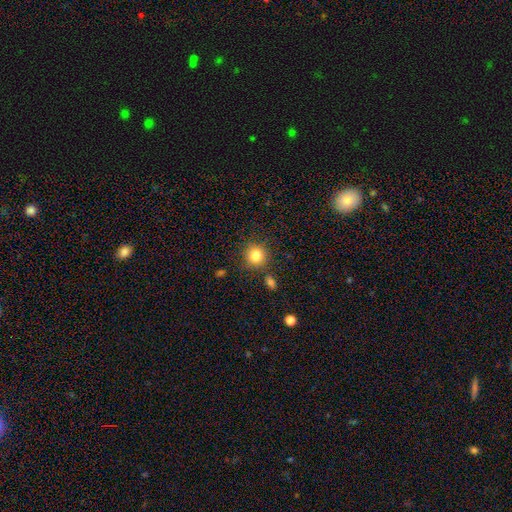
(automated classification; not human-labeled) Overall: smooth (83%). How rounded: round (90%). Merging: none (82%).